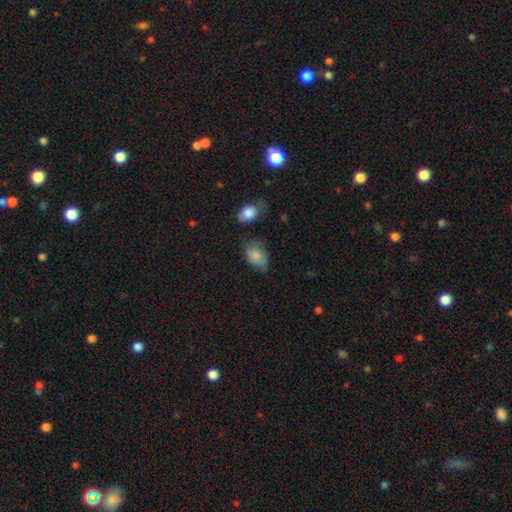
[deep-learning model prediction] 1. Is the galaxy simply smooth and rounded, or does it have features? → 79% smooth, 13% featured or disk, 9% star or artifact.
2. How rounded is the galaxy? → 82% in between, 16% round, 1% cigar-shaped.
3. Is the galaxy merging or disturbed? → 47% none, 35% minor disturbance, 12% major disturbance, 5% merger.